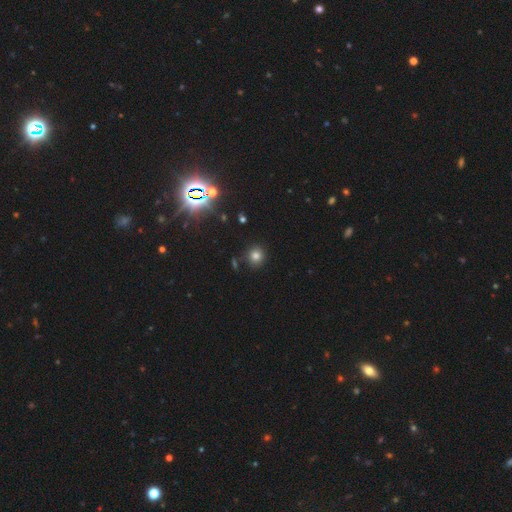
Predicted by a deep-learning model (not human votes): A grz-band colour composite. It shows a smooth galaxy with no disk features (75%) that is round (89%). Merging: none (86%).